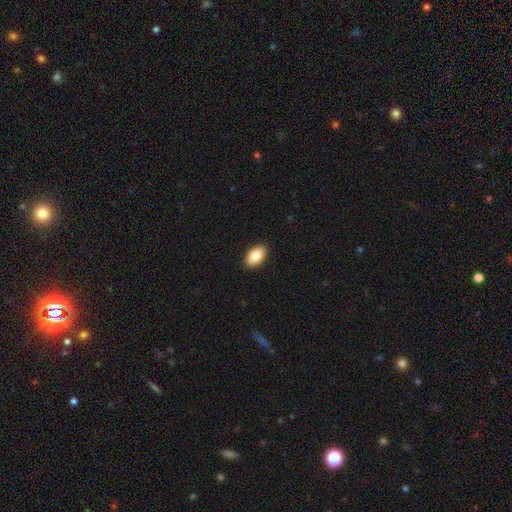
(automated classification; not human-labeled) Smooth or featured: smooth — 85% (featured or disk — 8%)
How rounded: in between — 93% (round — 5%)
Merging: none — 90% (minor disturbance — 7%)